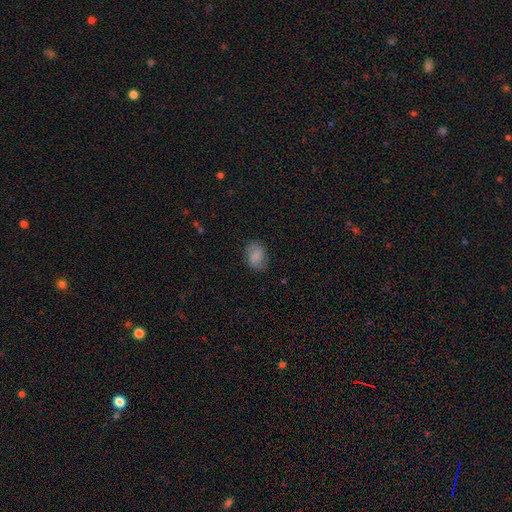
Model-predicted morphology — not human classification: A smooth galaxy with no disk features (80%) that is in between round and cigar-shaped (73%).

Vote fractions:
- Smooth or featured? smooth: 80% / featured or disk: 12% / star or artifact: 8%
- How rounded? in between: 73% / round: 26% / cigar-shaped: 1%
- Merging? none: 77% / minor disturbance: 17% / major disturbance: 5% / merger: 1%